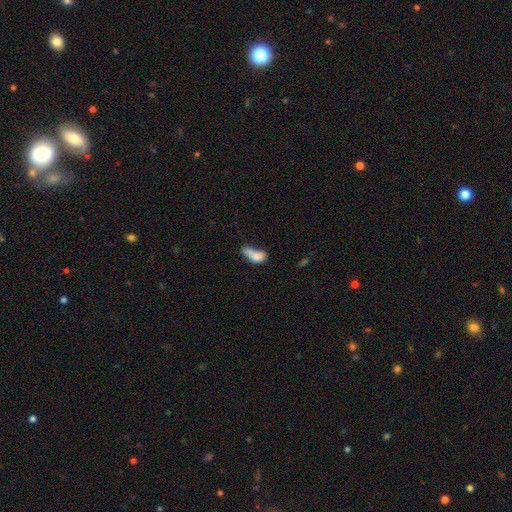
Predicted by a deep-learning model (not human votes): Smooth or featured? Predicted: smooth (p=0.71). How rounded? Predicted: in between (p=0.76). Merging? Predicted: merger (p=0.53).